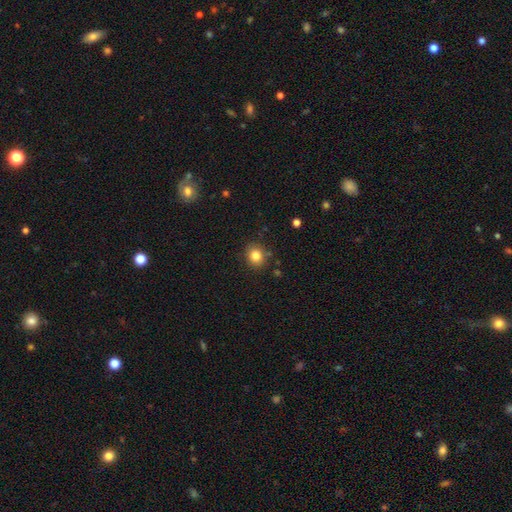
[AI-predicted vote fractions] The model was most divided on "how rounded": round: 77%, in between: 22%, cigar-shaped: 1%. More confident: merging — none (84%); smooth or featured — smooth (83%).